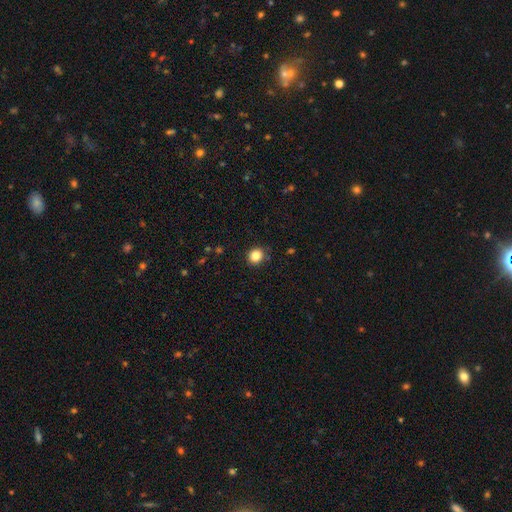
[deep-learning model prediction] Morphology: type=smooth (84%); roundness=round (80%); merging=none (88%).